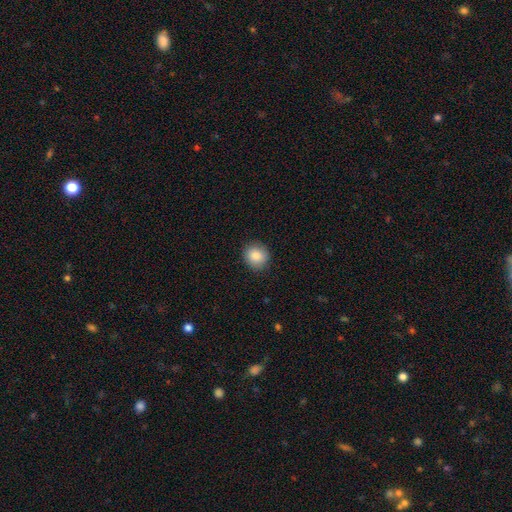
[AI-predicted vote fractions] Q: Smooth or featured?
A: smooth (84%); runner-up: star or artifact (8%)
Q: How rounded?
A: round (83%); runner-up: in between (16%)
Q: Merging?
A: none (87%); runner-up: minor disturbance (9%)